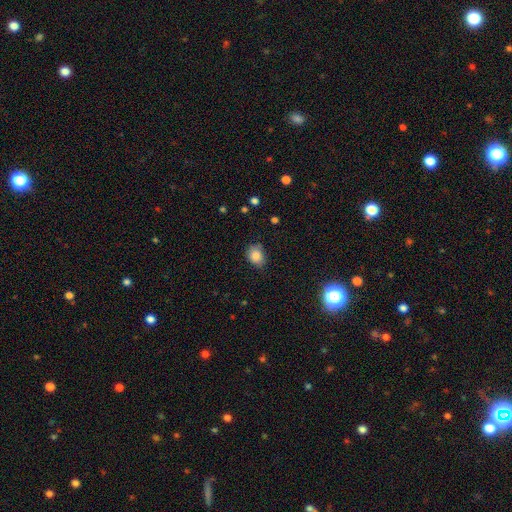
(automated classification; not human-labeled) smooth_or_featured: smooth (p=0.84) [alt: star or artifact p=0.10]
how_rounded: in between (p=0.50) [alt: round p=0.49]
merging: none (p=0.70) [alt: minor disturbance p=0.24]